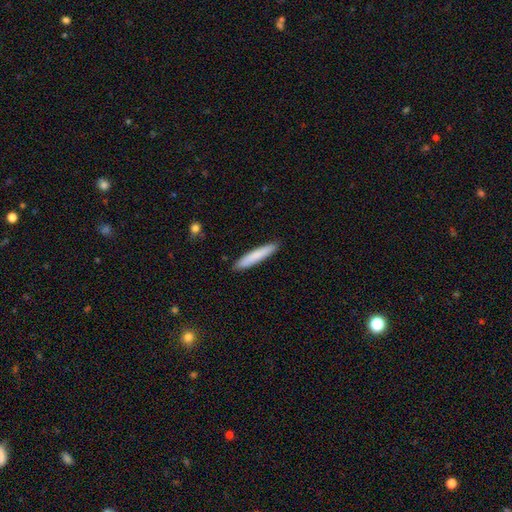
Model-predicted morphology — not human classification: Smooth or featured? smooth (81%)
How rounded? cigar-shaped (92%)
Merging? none (91%)